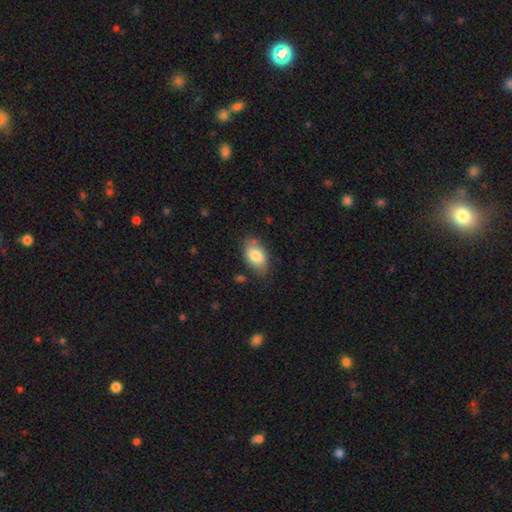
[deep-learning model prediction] Smooth or featured? smooth (82%)
How rounded? in between (91%)
Merging? none (74%)